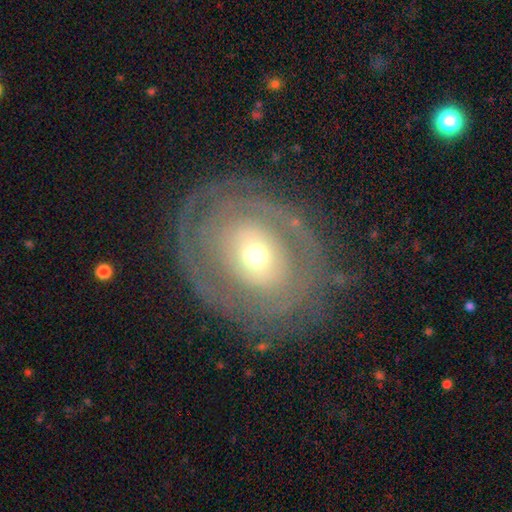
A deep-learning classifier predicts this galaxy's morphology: Smooth or featured? featured or disk (69%)
Edge-on disk? no (94%)
Bar? no (79%)
Spiral arms? yes (54%)
Bulge size? moderate (53%)
Merging? none (75%)